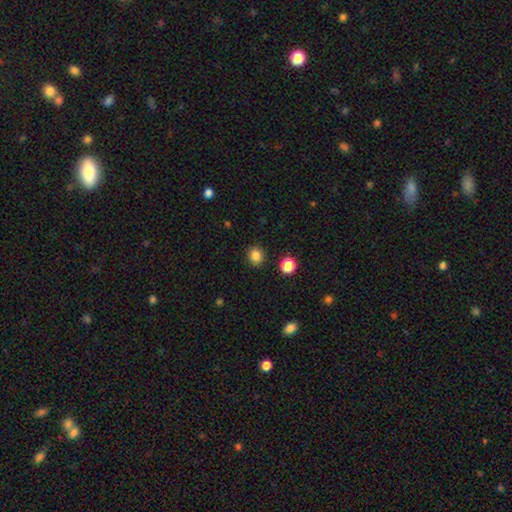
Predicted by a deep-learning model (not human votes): Smooth or featured? Predicted: smooth (p=0.84). How rounded? Predicted: round (p=0.81). Merging? Predicted: none (p=0.90).